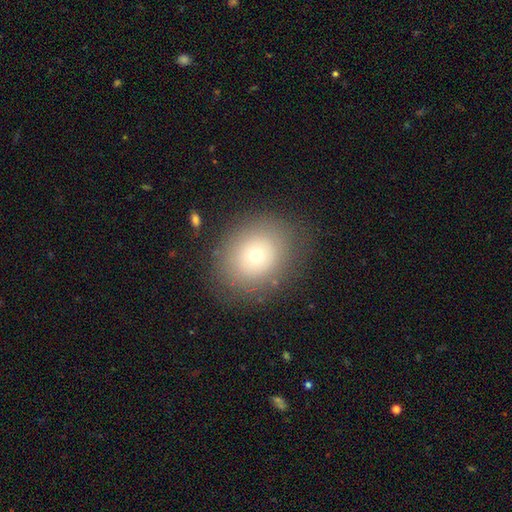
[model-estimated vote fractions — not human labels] This appears to be a smooth galaxy with no disk features (67%) that is round (62%). Merging: none (83%).